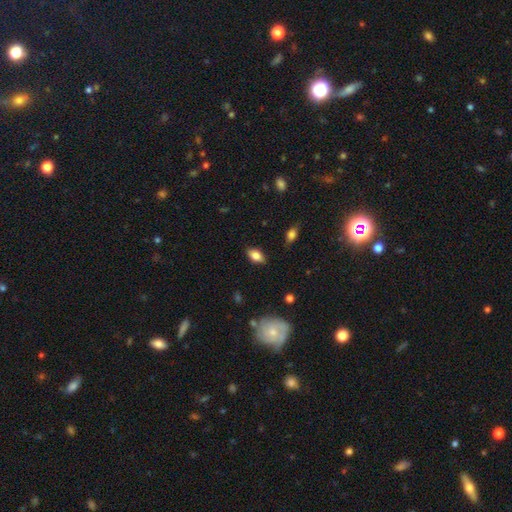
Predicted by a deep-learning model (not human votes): smooth_or_featured: smooth (p=0.78) [alt: featured or disk p=0.14]
how_rounded: in between (p=0.89) [alt: round p=0.06]
merging: none (p=0.84) [alt: minor disturbance p=0.12]